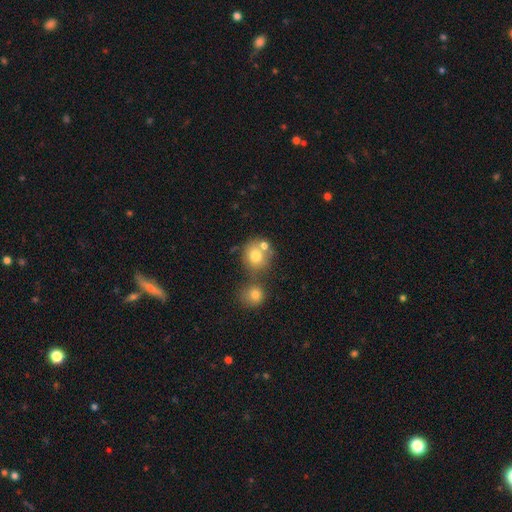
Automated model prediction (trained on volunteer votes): A smooth galaxy with no disk features (74%) that is round (84%). Merging: none (46%).